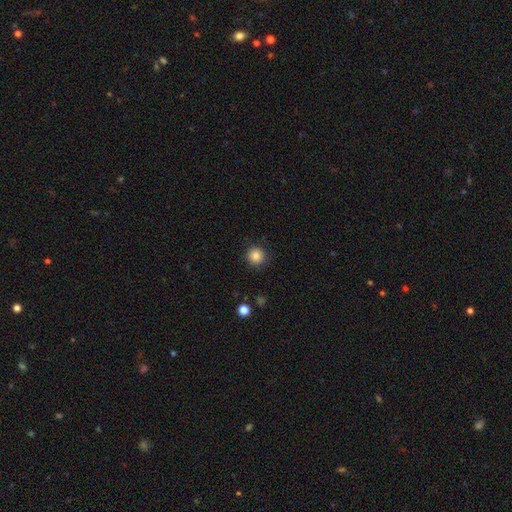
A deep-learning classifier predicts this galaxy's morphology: Smooth or featured? smooth (84%)
How rounded? round (94%)
Merging? none (89%)